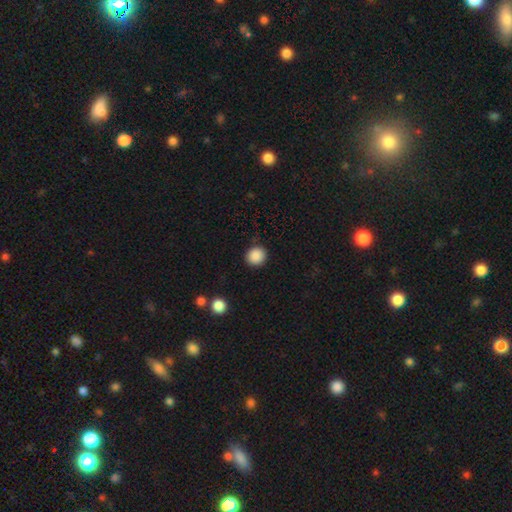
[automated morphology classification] Smooth or featured? smooth (89%)
How rounded? round (89%)
Merging? none (90%)